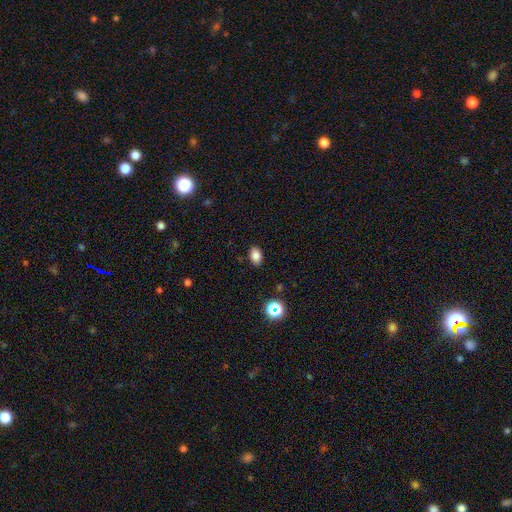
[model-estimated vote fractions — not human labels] Smooth or featured: smooth — 82% (star or artifact — 12%)
How rounded: in between — 84% (round — 14%)
Merging: none — 87% (minor disturbance — 9%)